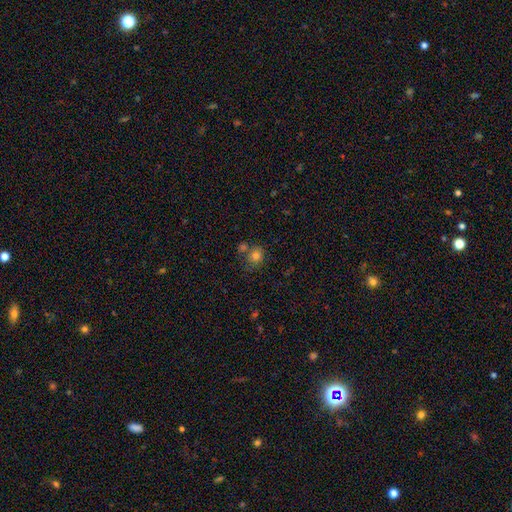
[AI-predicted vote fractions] Morphology: type=smooth (79%); roundness=round (78%); merging=none (60%).